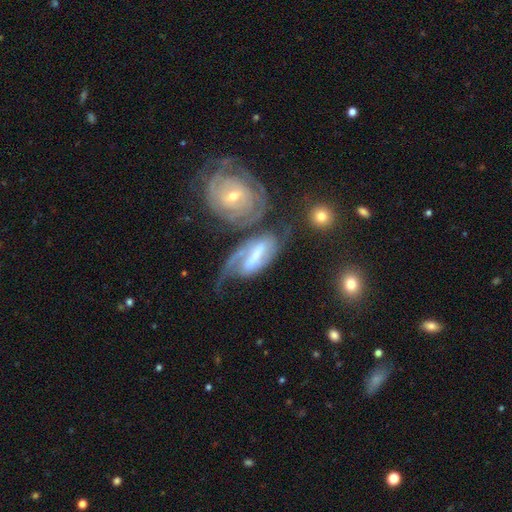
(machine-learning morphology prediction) A featured or disk galaxy (76%) with a strong bar (57%), 2 (75%) medium (40%) spiral arms (91%) and a small central bulge (42%).

Vote fractions:
- Smooth or featured? featured or disk: 76% / smooth: 18% / star or artifact: 6%
- Edge-on disk? no: 92% / yes: 8%
- Bar? strong: 57% / weak: 32% / no: 11%
- Spiral arms? yes: 91% / no: 9%
- Spiral winding? medium: 40% / tight: 34% / loose: 26%
- Spiral arm count? 2: 75% / can't tell: 11% / 1: 7% / 3: 3% / 4: 2% / more than 4: 2%
- Bulge size? small: 42% / moderate: 35% / none: 12% / large: 9% / dominant: 2%
- Merging? none: 35% / merger: 27% / major disturbance: 20% / minor disturbance: 18%